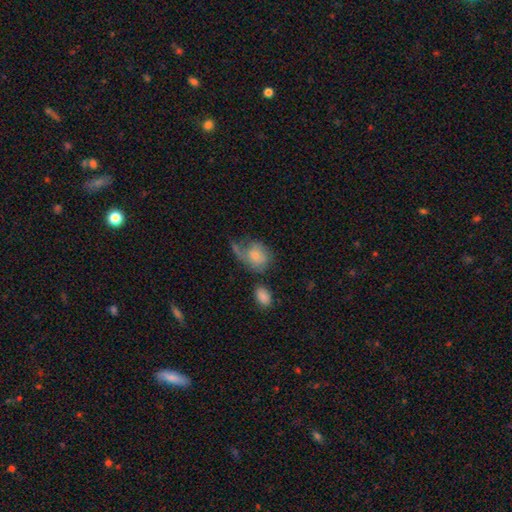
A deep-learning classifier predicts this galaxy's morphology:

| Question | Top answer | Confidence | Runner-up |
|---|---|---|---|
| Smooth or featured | smooth | 66% | featured or disk (26%) |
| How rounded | in between | 50% | round (48%) |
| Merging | major disturbance | 34% | none (30%) |